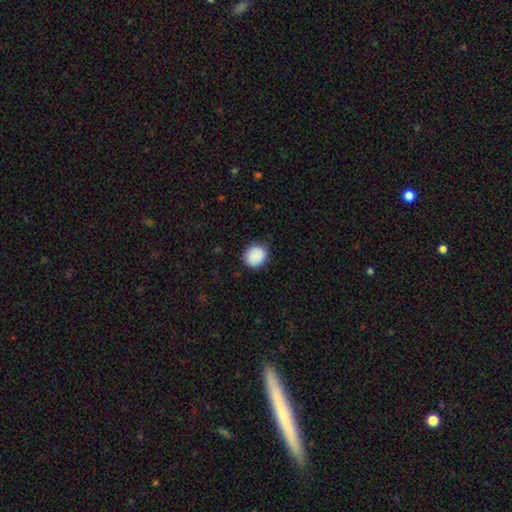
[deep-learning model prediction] Smooth or featured? smooth (88%)
How rounded? round (85%)
Merging? none (86%)